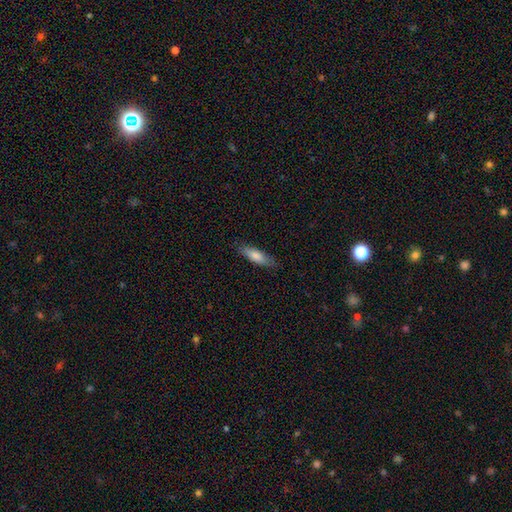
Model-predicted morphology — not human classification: smooth-or-featured: smooth: 78% | featured or disk: 17% | star or artifact: 6%
  how-rounded: cigar-shaped: 54% | in between: 44% | round: 2%
  merging: none: 82% | minor disturbance: 14% | major disturbance: 3% | merger: 1%